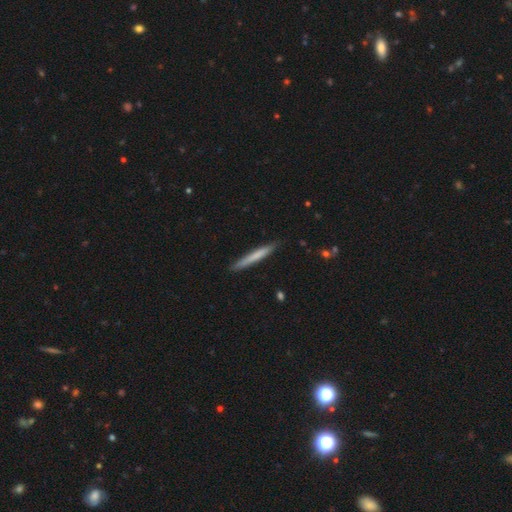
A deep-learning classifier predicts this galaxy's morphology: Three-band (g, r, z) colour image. It shows a smooth galaxy with no disk features (66%) that is cigar-shaped (97%). Merging: none (89%).